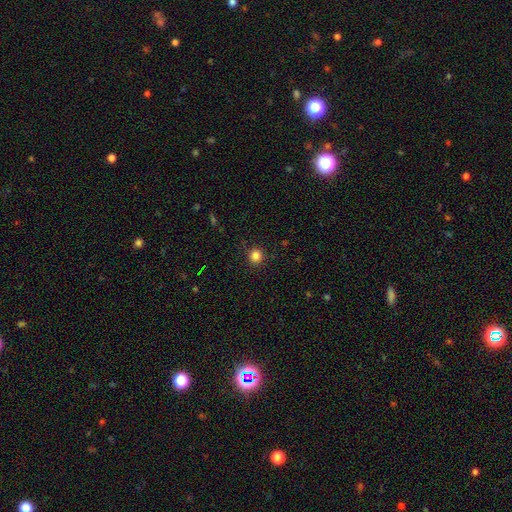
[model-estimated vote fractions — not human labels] This appears to be a smooth galaxy with no disk features (83%) that is round (93%). Merging: none (89%).